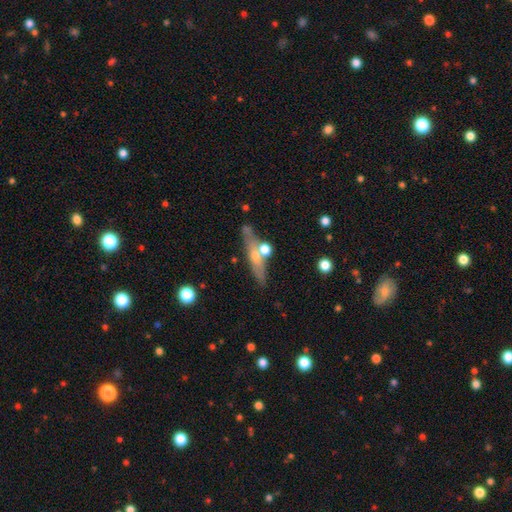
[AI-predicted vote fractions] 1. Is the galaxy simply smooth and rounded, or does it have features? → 52% featured or disk, 41% smooth, 8% star or artifact.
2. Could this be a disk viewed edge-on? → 78% yes, 22% no.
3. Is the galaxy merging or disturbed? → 68% none, 14% merger, 13% minor disturbance, 4% major disturbance.